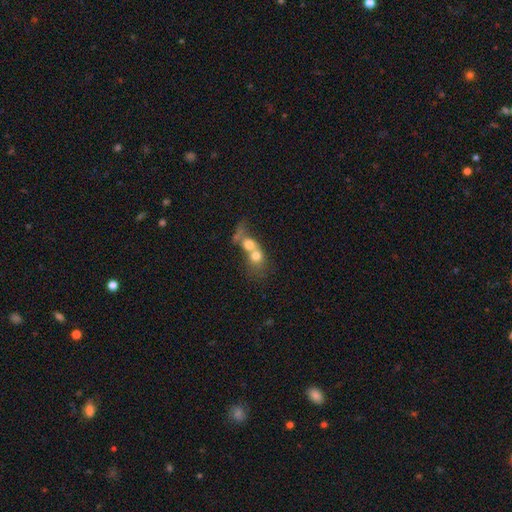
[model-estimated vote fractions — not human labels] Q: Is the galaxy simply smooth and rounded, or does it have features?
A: smooth — 66%.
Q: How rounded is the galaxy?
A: round — 61%.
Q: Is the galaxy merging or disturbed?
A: merger — 77%.